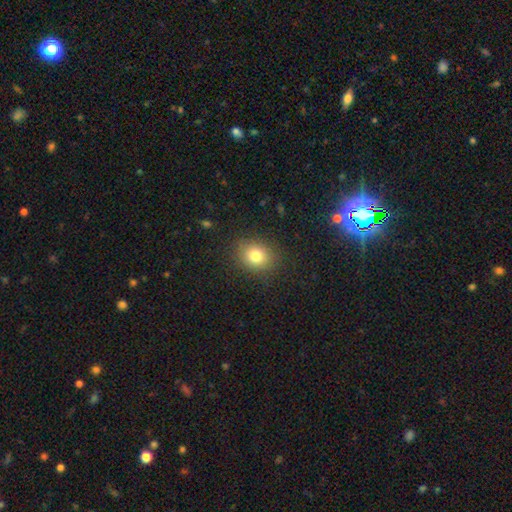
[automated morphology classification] This is likely a smooth galaxy (80%). How rounded: likely round (62%). Merging: clearly none (87%).